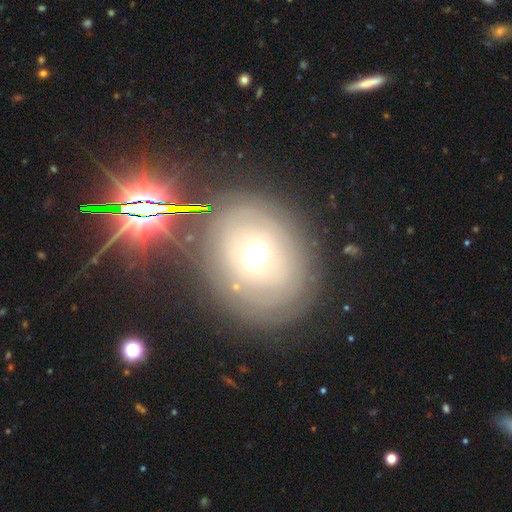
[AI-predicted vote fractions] Morphology: type=featured or disk (50%); merging=none (77%).